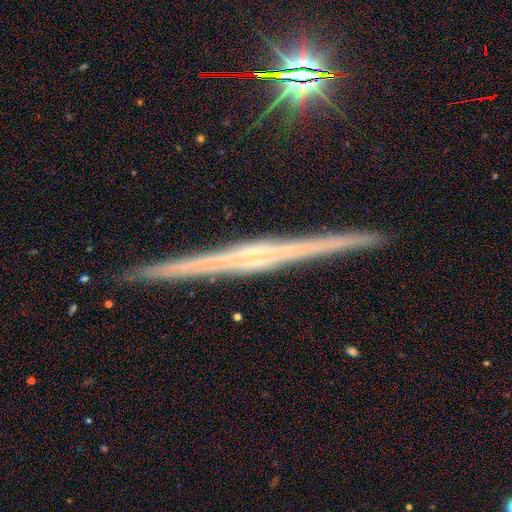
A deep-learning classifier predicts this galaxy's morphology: The model was most divided on "edge-on bulge": none: 43%, rounded: 37%, boxy: 20%. More confident: edge-on disk — yes (98%); merging — none (92%); smooth or featured — featured or disk (77%).